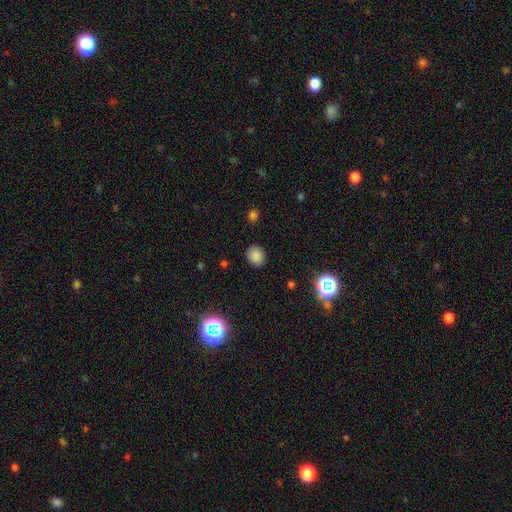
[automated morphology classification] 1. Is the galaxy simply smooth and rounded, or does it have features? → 83% smooth, 13% star or artifact, 4% featured or disk.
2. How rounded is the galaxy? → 63% round, 36% in between, 1% cigar-shaped.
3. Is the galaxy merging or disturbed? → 87% none, 9% minor disturbance, 3% major disturbance, 1% merger.